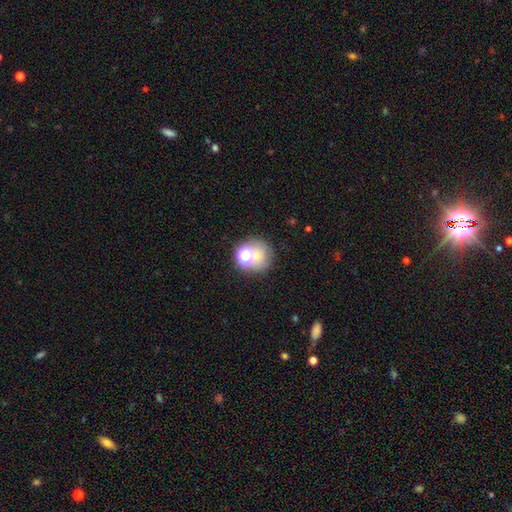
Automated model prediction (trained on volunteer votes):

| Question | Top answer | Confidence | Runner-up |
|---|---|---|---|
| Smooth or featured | smooth | 49% | star or artifact (35%) |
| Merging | none | 64% | merger (17%) |